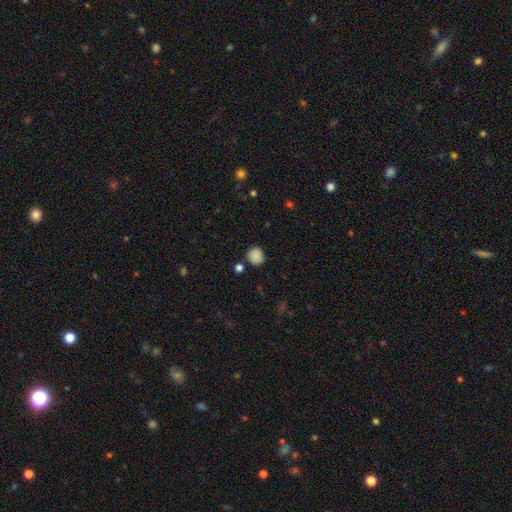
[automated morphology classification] A smooth galaxy with no disk features (86%) that is round (89%).

Vote fractions:
- Smooth or featured? smooth: 86% / star or artifact: 10% / featured or disk: 4%
- How rounded? round: 89% / in between: 10% / cigar-shaped: 1%
- Merging? none: 82% / minor disturbance: 11% / merger: 4% / major disturbance: 3%